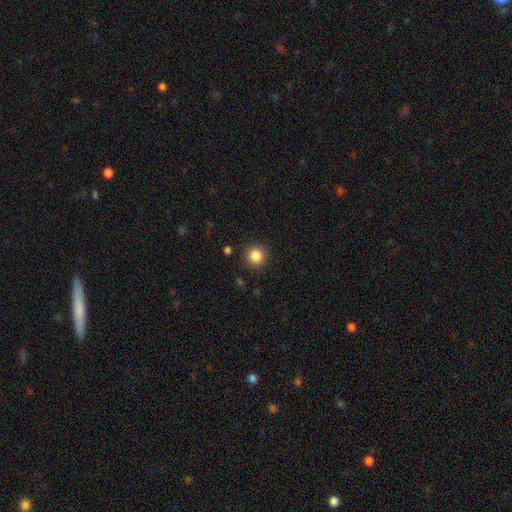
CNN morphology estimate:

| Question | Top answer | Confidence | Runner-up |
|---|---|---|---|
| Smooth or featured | smooth | 86% | star or artifact (10%) |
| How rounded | round | 91% | in between (8%) |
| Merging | none | 90% | minor disturbance (7%) |